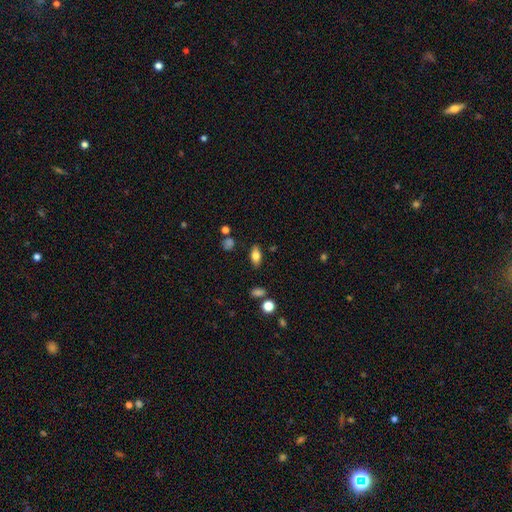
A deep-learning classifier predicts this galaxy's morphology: type=smooth (77%); roundness=in between (86%); merging=none (84%).